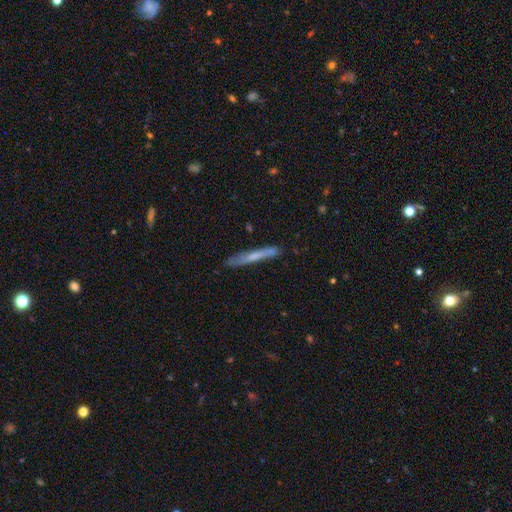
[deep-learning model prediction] Smooth or featured: smooth — 49% (featured or disk — 45%)
Merging: none — 79% (minor disturbance — 16%)